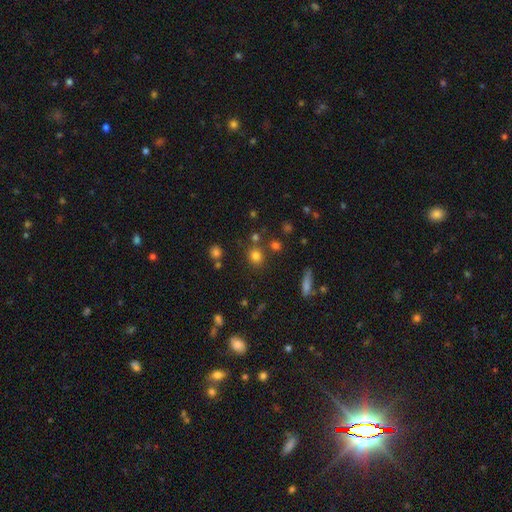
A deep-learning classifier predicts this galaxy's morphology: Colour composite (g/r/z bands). It shows a smooth galaxy with no disk features (76%) that is round (78%). Merging: none (76%).